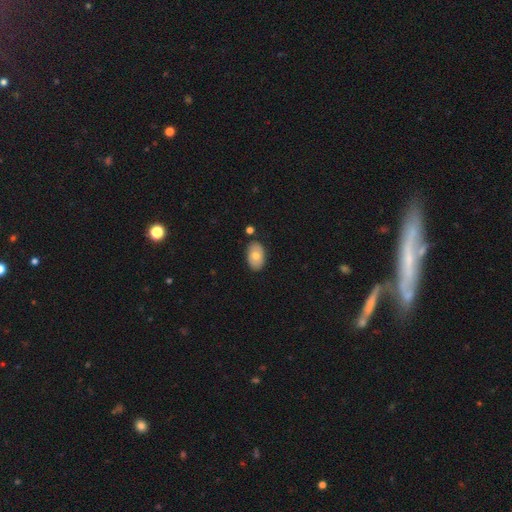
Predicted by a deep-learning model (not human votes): Overall: smooth (67%). How rounded: in between (90%). Merging: none (83%).